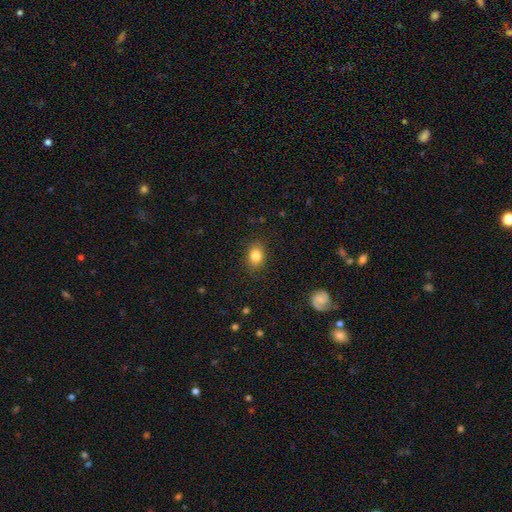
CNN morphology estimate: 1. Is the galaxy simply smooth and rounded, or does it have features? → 83% smooth, 10% star or artifact, 7% featured or disk.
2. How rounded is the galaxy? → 61% in between, 38% round, 1% cigar-shaped.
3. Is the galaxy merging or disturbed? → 87% none, 9% minor disturbance, 3% major disturbance, 1% merger.